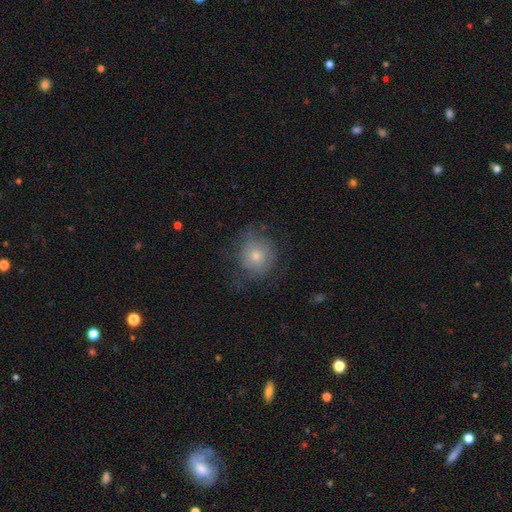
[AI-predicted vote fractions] A smooth galaxy with no disk features (62%) that is round (85%).

Vote fractions:
- Smooth or featured? smooth: 62% / featured or disk: 28% / star or artifact: 10%
- How rounded? round: 85% / in between: 15% / cigar-shaped: 1%
- Merging? none: 64% / minor disturbance: 22% / major disturbance: 13% / merger: 1%